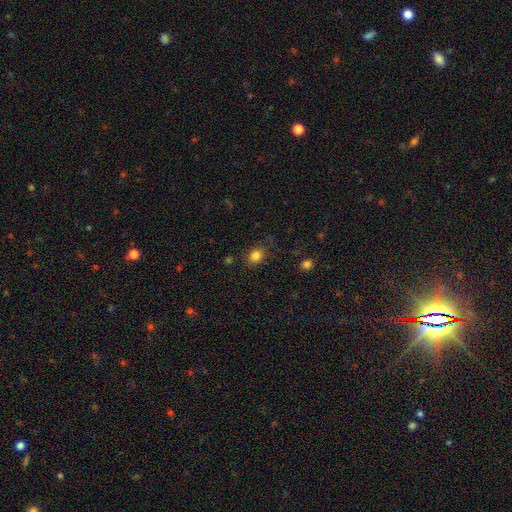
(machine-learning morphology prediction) Overall: smooth (82%). How rounded: round (51%; in between 48%). Merging: none (79%).